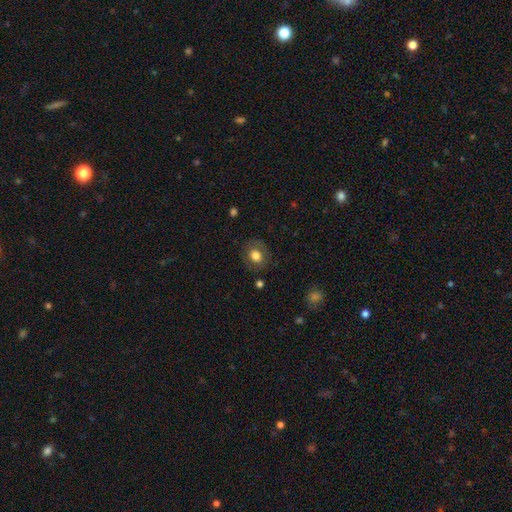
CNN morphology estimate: Smooth or featured?
  - smooth: 72% *
  - featured or disk: 20%
  - star or artifact: 9%
How rounded?
  - round: 63% *
  - in between: 36%
  - cigar-shaped: 1%
Merging?
  - none: 81% *
  - minor disturbance: 12%
  - major disturbance: 5%
  - merger: 1%